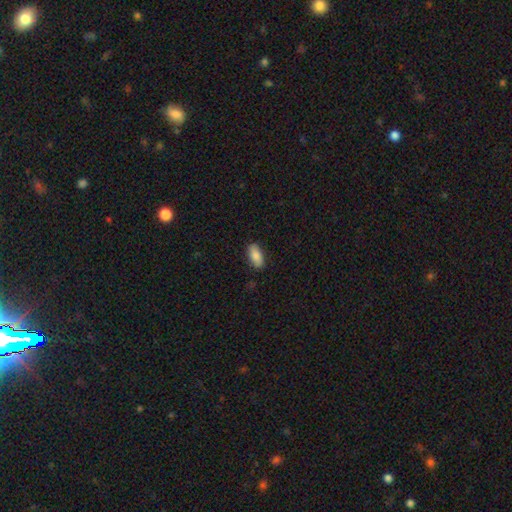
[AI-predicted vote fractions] Smooth or featured? Predicted: smooth (p=0.83). How rounded? Predicted: in between (p=0.89). Merging? Predicted: none (p=0.87).